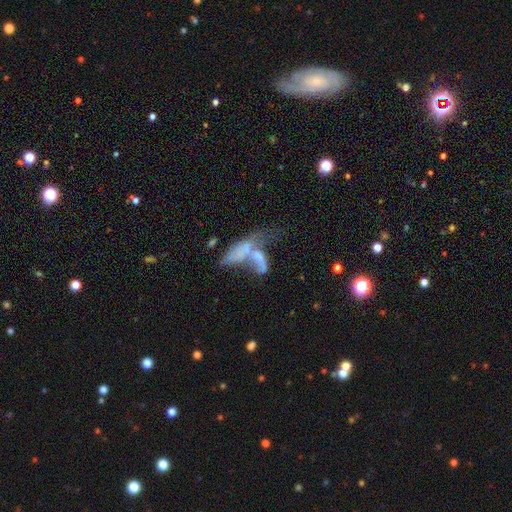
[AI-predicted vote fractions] smooth_or_featured: featured or disk (p=0.49) [alt: smooth p=0.39]
merging: merger (p=0.63) [alt: major disturbance p=0.17]